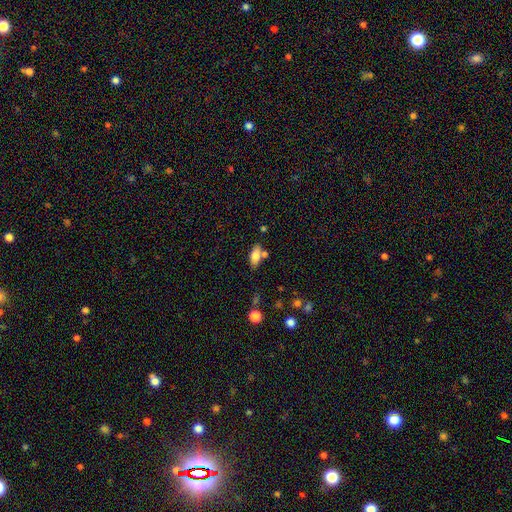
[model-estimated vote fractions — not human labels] Morphology: type=smooth (78%); roundness=in between (83%); merging=none (63%).